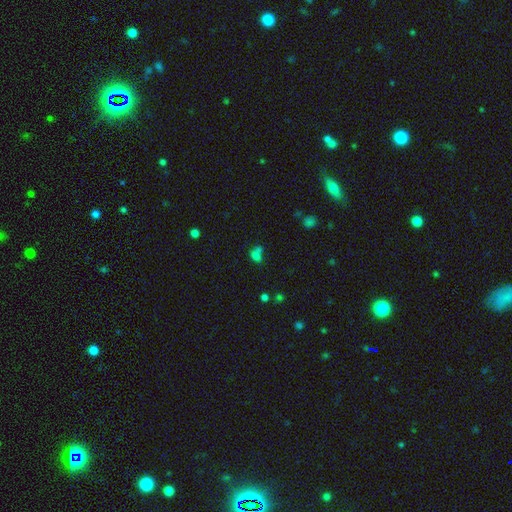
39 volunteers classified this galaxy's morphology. A smooth galaxy with no disk features (82%) that is in between round and cigar-shaped (66%). Merging: none (47%).